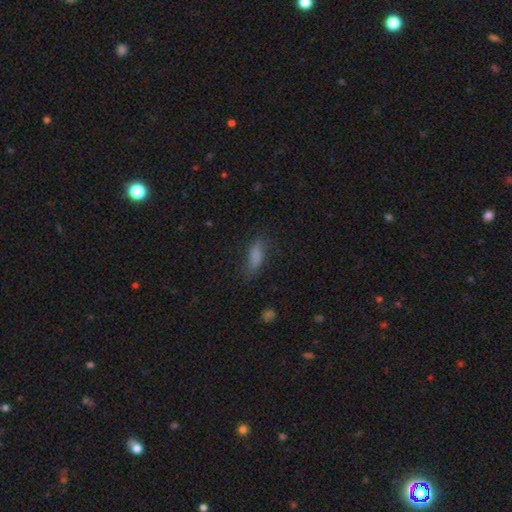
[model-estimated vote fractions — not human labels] Q: Smooth or featured?
A: smooth (77%); runner-up: featured or disk (13%)
Q: How rounded?
A: in between (60%); runner-up: cigar-shaped (37%)
Q: Merging?
A: none (66%); runner-up: minor disturbance (23%)